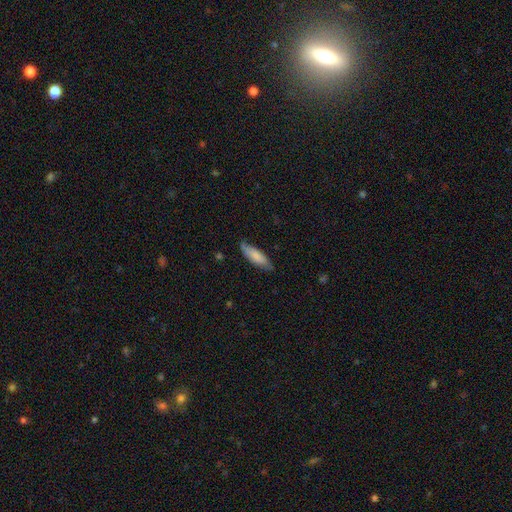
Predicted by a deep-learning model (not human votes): Smooth or featured?
  - smooth: 78% *
  - featured or disk: 17%
  - star or artifact: 6%
How rounded?
  - in between: 53% *
  - cigar-shaped: 46%
  - round: 1%
Merging?
  - none: 73% *
  - minor disturbance: 22%
  - major disturbance: 4%
  - merger: 1%